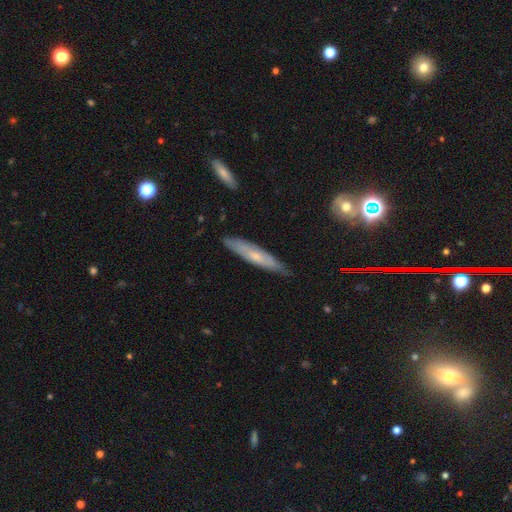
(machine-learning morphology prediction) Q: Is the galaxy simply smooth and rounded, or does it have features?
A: smooth — 47%.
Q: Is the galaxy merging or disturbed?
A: none — 81%.